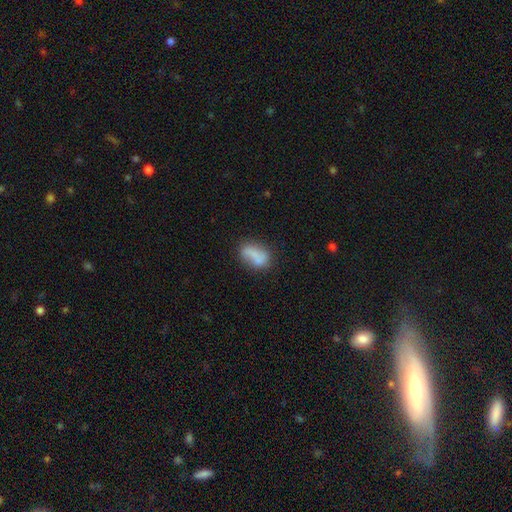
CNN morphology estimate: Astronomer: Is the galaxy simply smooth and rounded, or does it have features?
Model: smooth — 70%.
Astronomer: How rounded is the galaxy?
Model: in between — 82%.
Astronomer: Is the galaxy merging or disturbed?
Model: none — 49%.